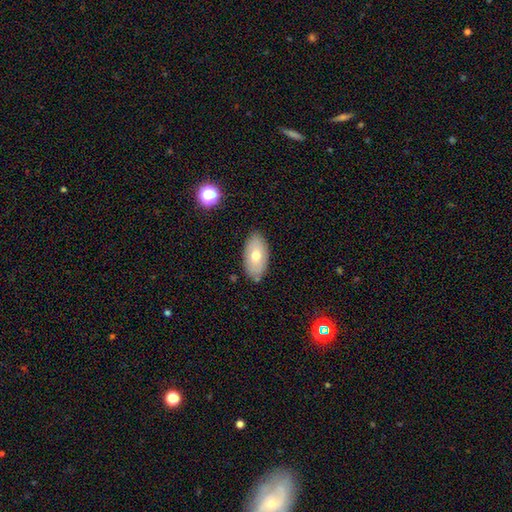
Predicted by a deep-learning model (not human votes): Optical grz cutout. It shows a smooth galaxy with no disk features (68%) that is in between round and cigar-shaped (94%). Merging: none (83%).